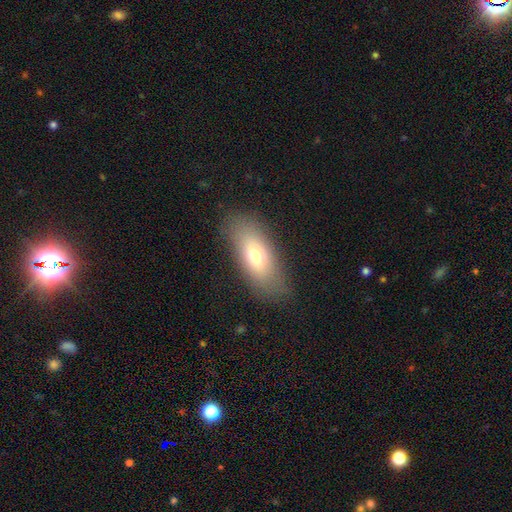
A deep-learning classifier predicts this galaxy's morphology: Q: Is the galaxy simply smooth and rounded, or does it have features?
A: smooth — 69%.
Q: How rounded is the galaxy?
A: in between — 81%.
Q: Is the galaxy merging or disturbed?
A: none — 82%.